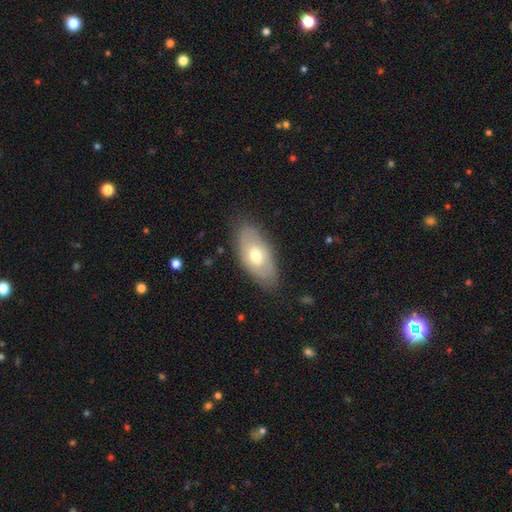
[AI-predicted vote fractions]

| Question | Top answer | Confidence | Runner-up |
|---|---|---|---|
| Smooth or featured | smooth | 57% | featured or disk (37%) |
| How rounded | in between | 92% | cigar-shaped (5%) |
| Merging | none | 79% | minor disturbance (16%) |